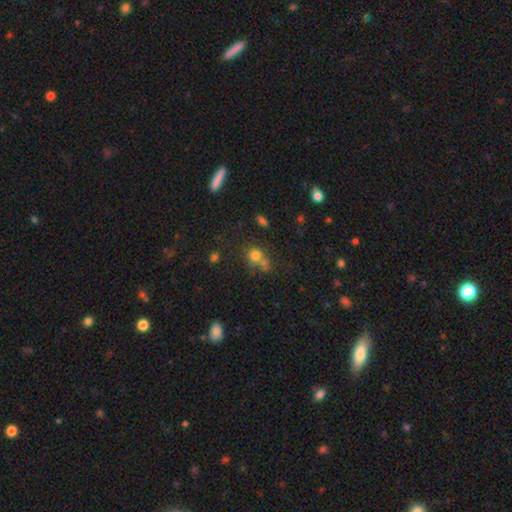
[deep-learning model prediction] smooth_or_featured: smooth (p=0.71) [alt: star or artifact p=0.18]
how_rounded: round (p=0.78) [alt: in between p=0.21]
merging: none (p=0.47) [alt: merger p=0.36]